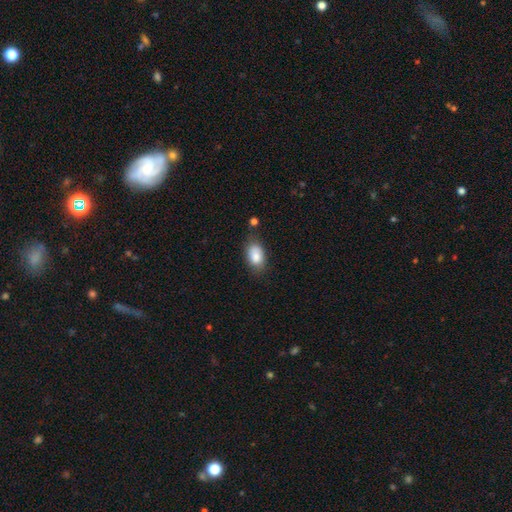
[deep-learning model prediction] Smooth or featured? smooth (84%)
How rounded? in between (87%)
Merging? none (68%)